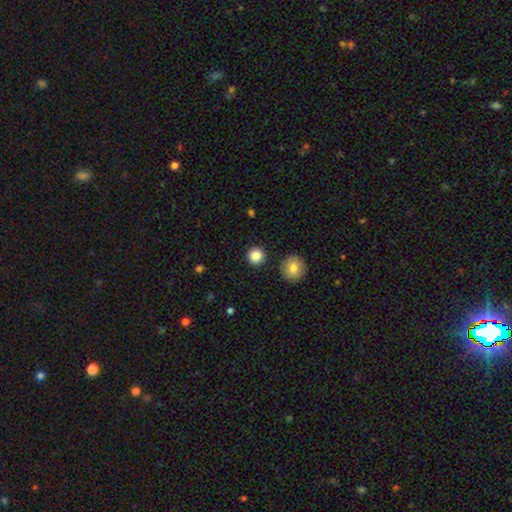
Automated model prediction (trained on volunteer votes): Smooth or featured?
  - smooth: 86% *
  - star or artifact: 10%
  - featured or disk: 4%
How rounded?
  - round: 96% *
  - in between: 4%
  - cigar-shaped: 1%
Merging?
  - none: 91% *
  - minor disturbance: 5%
  - merger: 2%
  - major disturbance: 2%